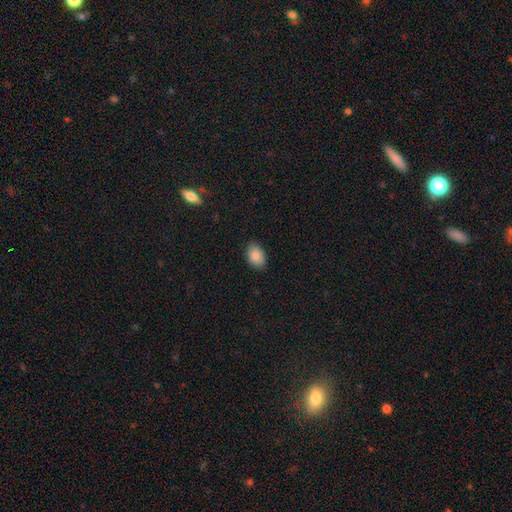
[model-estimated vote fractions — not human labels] Smooth or featured: smooth — 86% (star or artifact — 7%)
How rounded: in between — 86% (round — 13%)
Merging: none — 86% (minor disturbance — 11%)